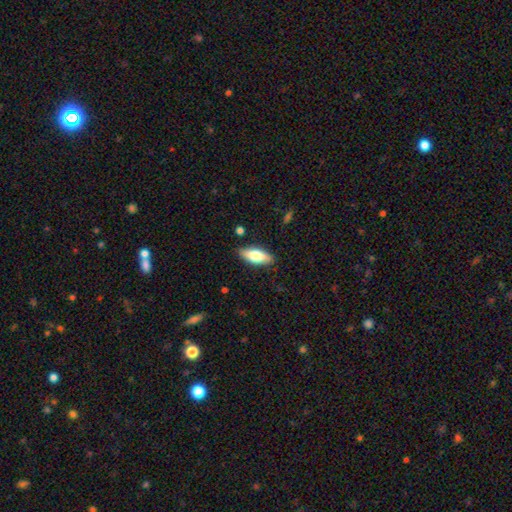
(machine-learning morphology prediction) This appears to be a smooth galaxy with no disk features (70%) that is in between round and cigar-shaped (77%). Merging: none (86%).